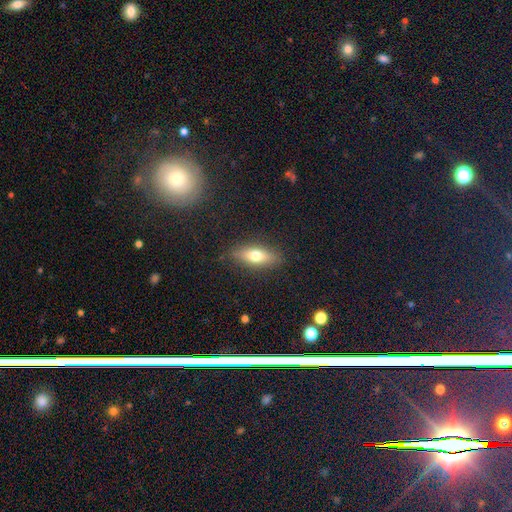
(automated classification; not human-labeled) This is likely a smooth galaxy (67%). How rounded: likely in between (63%). Merging: clearly none (86%).